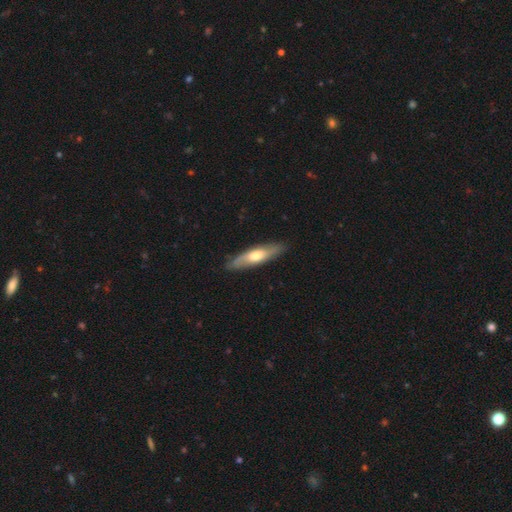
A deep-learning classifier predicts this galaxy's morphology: Overall: smooth (50%; featured or disk 45%). How rounded: cigar-shaped (66%; in between 32%). Merging: none (84%).